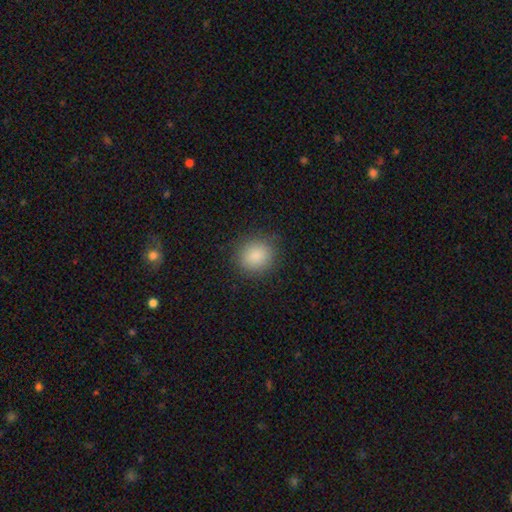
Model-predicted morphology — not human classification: smooth 88%, star or artifact 9%, featured or disk 4%. Down the decision tree: how rounded — round (79%); merging — none (88%).